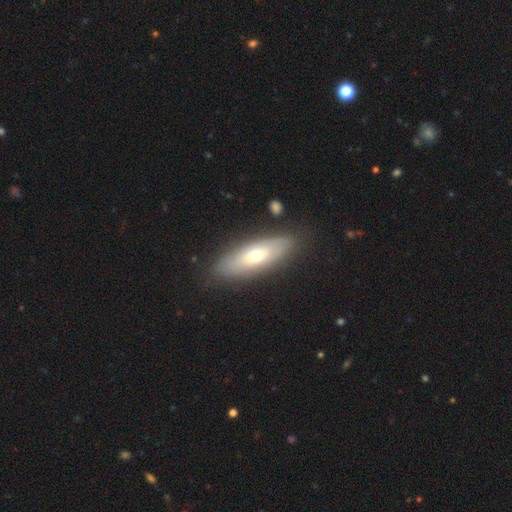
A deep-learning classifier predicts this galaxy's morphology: A featured or disk galaxy (49%). Merging: none (83%).